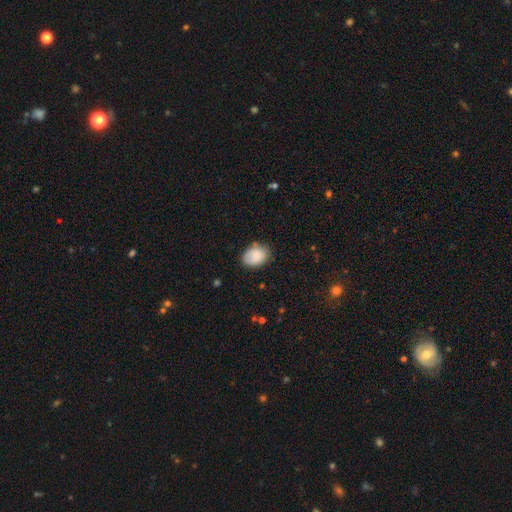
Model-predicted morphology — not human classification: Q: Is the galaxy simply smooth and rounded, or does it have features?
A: smooth — 81%.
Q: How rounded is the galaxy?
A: in between — 76%.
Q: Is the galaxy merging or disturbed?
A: none — 70%.